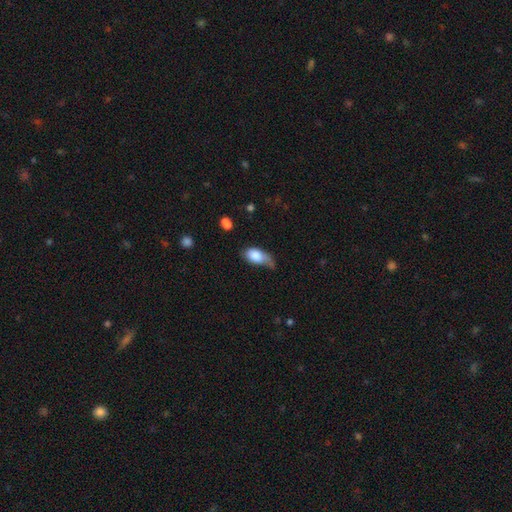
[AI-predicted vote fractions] smooth 79%, featured or disk 14%, star or artifact 7%. Down the decision tree: how rounded — in between (90%); merging — minor disturbance (44%).